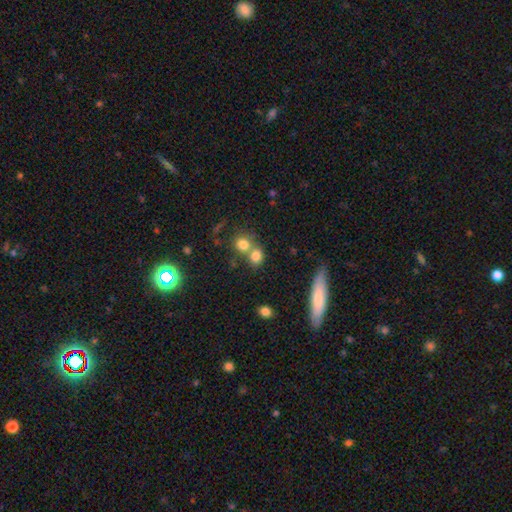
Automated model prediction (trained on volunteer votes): smooth-or-featured: smooth: 78% | star or artifact: 11% | featured or disk: 10%
  how-rounded: round: 72% | in between: 25% | cigar-shaped: 2%
  merging: merger: 46% | none: 42% | minor disturbance: 8% | major disturbance: 4%